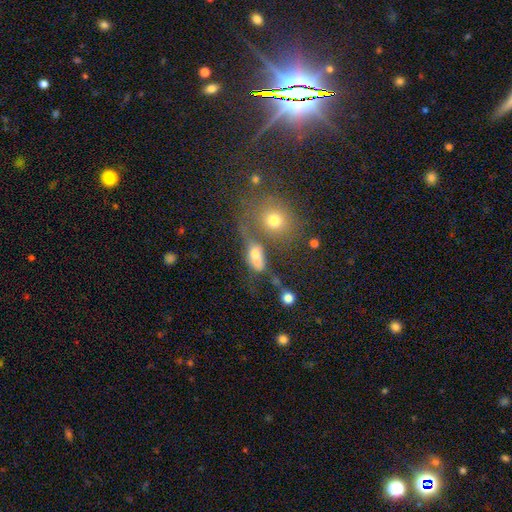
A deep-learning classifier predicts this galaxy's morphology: A smooth galaxy with no disk features (67%) that is in between round and cigar-shaped (72%).

Vote fractions:
- Smooth or featured? smooth: 67% / featured or disk: 19% / star or artifact: 14%
- How rounded? in between: 72% / round: 18% / cigar-shaped: 9%
- Merging? none: 34% / merger: 31% / major disturbance: 17% / minor disturbance: 17%